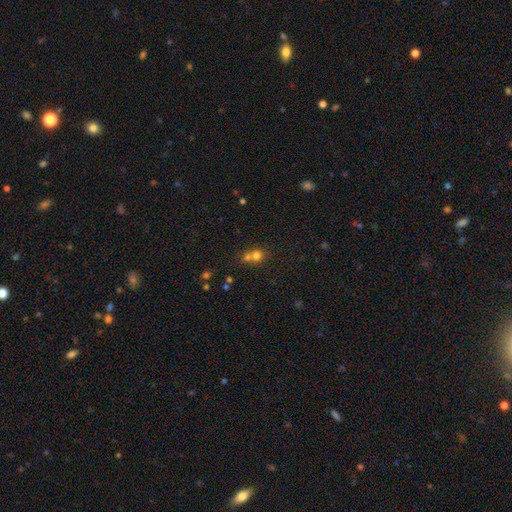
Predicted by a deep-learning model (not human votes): Smooth or featured? Predicted: smooth (p=0.72). How rounded? Predicted: round (p=0.81). Merging? Predicted: merger (p=0.54).